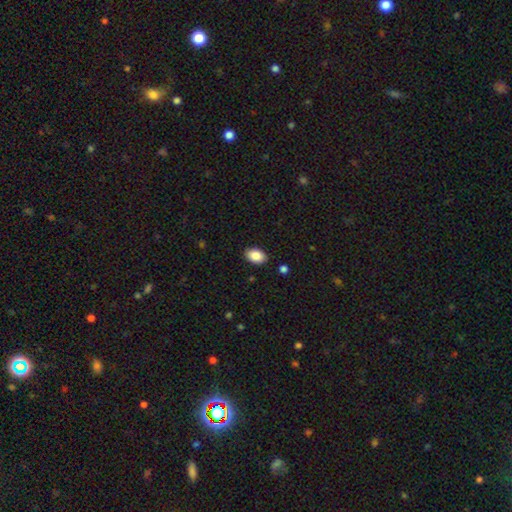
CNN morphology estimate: This is clearly a smooth galaxy (88%). How rounded: clearly in between (88%). Merging: clearly none (89%).